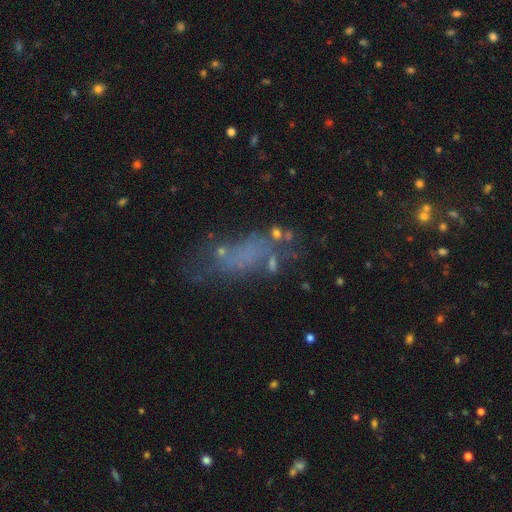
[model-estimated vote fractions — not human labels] smooth-or-featured: smooth: 43% | featured or disk: 36% | star or artifact: 21%
  merging: none: 46% | major disturbance: 25% | minor disturbance: 20% | merger: 10%